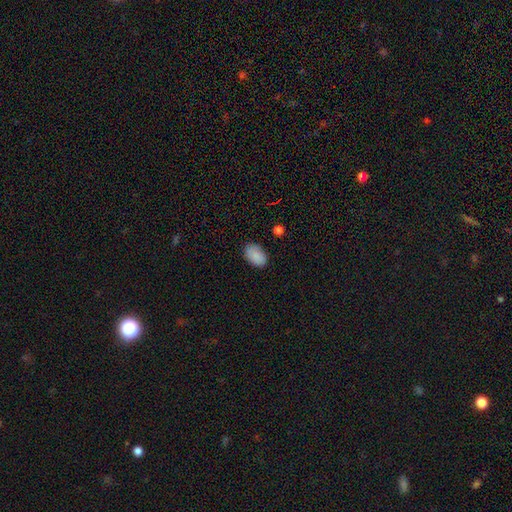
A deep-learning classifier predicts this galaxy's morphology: This is clearly a smooth galaxy (87%). How rounded: clearly in between (89%). Merging: clearly none (81%).